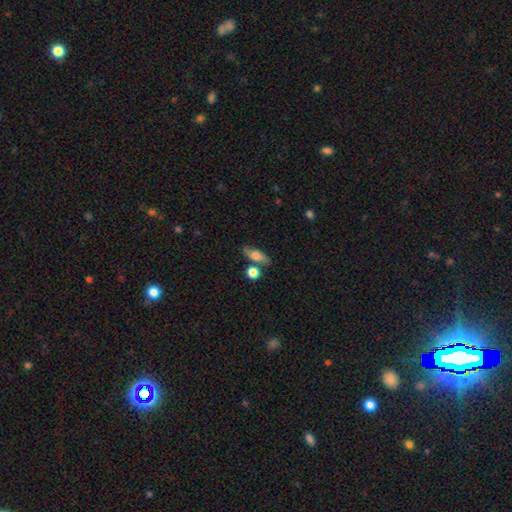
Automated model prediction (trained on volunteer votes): This appears to be a smooth galaxy with no disk features (67%) that is in between round and cigar-shaped (63%). Merging: none (68%).